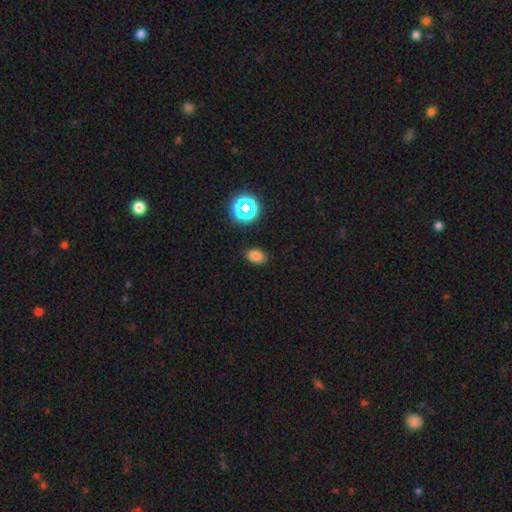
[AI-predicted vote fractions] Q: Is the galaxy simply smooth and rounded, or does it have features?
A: smooth — 78%.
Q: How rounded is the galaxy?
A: in between — 74%.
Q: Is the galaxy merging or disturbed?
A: none — 87%.